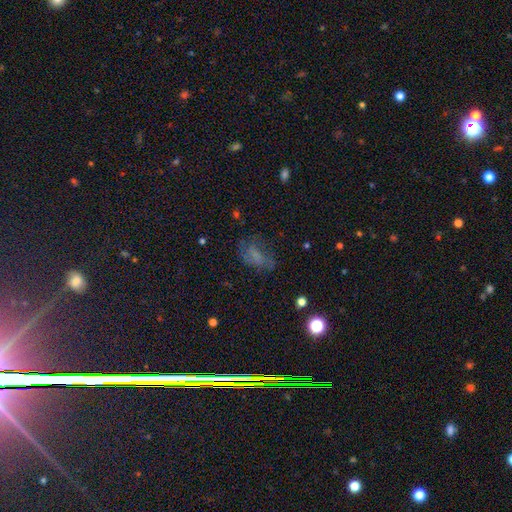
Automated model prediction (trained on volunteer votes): smooth 48%, featured or disk 31%, star or artifact 21%. Down the decision tree: merging — none (51%).